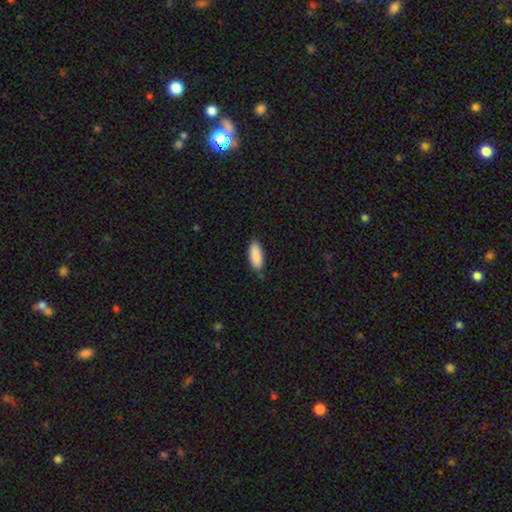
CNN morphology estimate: Smooth or featured? smooth (90%)
How rounded? in between (78%)
Merging? none (87%)